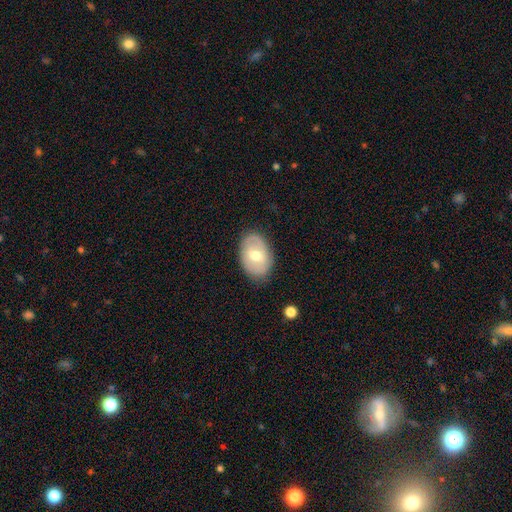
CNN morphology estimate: A smooth galaxy with no disk features (50%). Merging: none (79%).